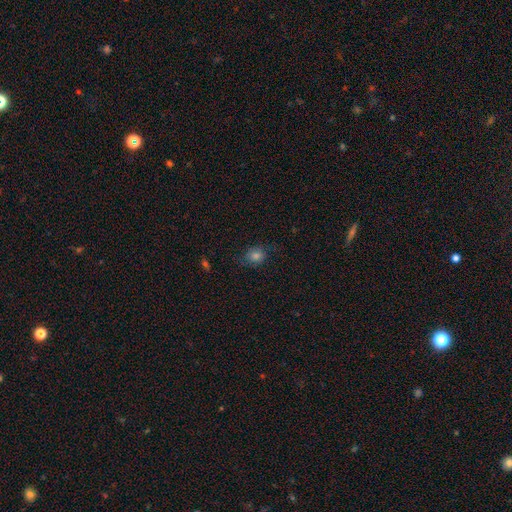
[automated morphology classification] A smooth galaxy with no disk features (71%) that is round (65%). Merging: none (73%).